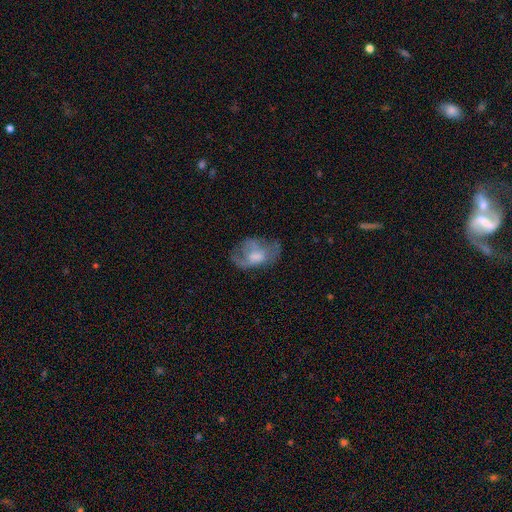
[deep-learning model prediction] Smooth or featured? Predicted: featured or disk (p=0.46). Merging? Predicted: major disturbance (p=0.37).